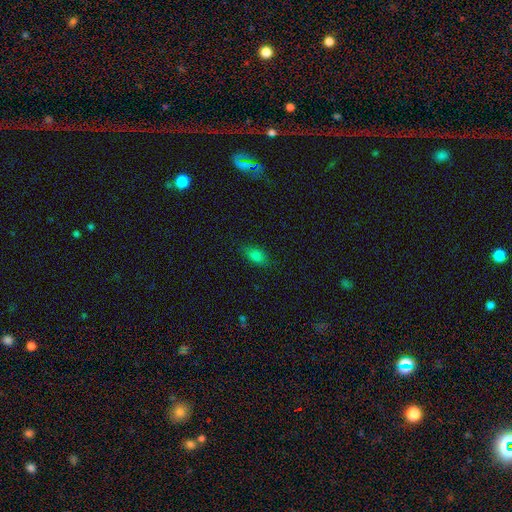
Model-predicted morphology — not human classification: type=smooth (81%); roundness=in between (86%); merging=none (80%).